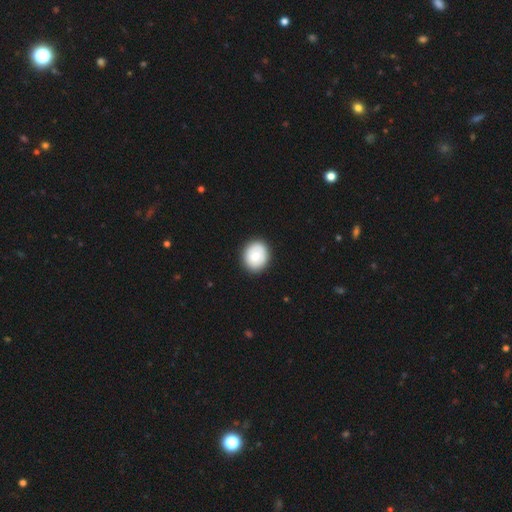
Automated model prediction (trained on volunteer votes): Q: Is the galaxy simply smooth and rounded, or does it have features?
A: smooth — 74%.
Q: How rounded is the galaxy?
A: round — 72%.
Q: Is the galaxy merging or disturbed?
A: none — 88%.